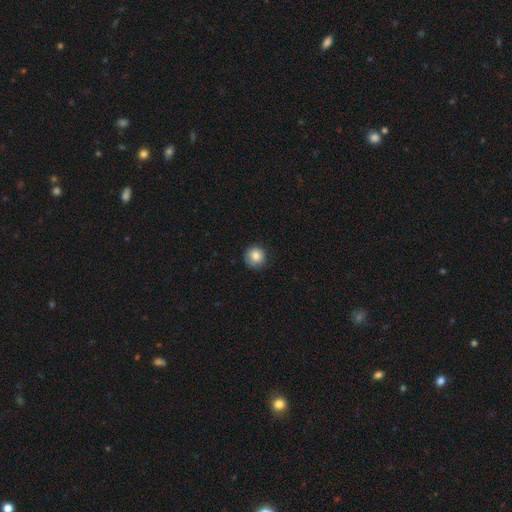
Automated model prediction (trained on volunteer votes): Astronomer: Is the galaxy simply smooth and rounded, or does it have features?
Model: smooth — 83%.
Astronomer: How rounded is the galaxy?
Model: round — 94%.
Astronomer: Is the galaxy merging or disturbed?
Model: none — 83%.